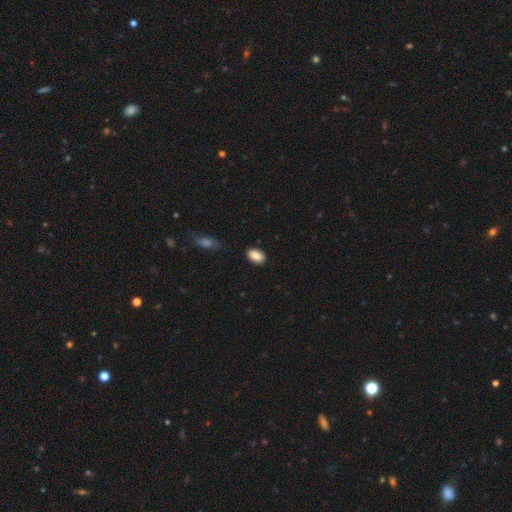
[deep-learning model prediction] smooth-or-featured: smooth: 88% | star or artifact: 7% | featured or disk: 5%
  how-rounded: in between: 91% | round: 7% | cigar-shaped: 2%
  merging: none: 86% | minor disturbance: 10% | major disturbance: 2% | merger: 2%